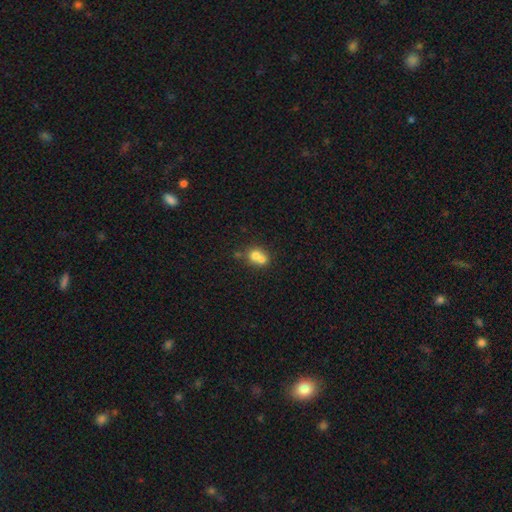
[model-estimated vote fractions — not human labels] This appears to be a smooth galaxy with no disk features (68%) that is round (75%). Merging: merger (64%).